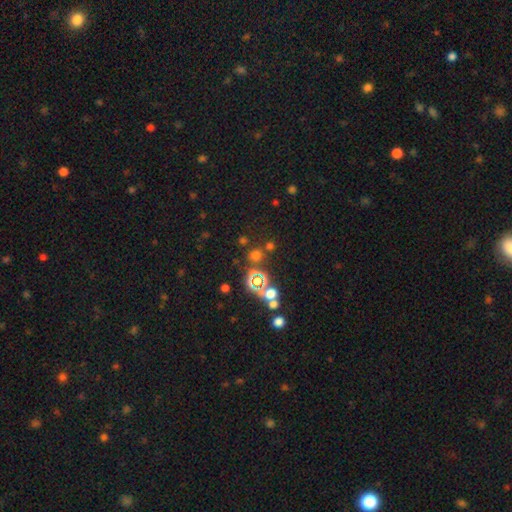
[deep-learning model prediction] smooth_or_featured: smooth (p=0.51) [alt: star or artifact p=0.42]
how_rounded: round (p=0.89) [alt: in between p=0.10]
merging: none (p=0.74) [alt: merger p=0.13]